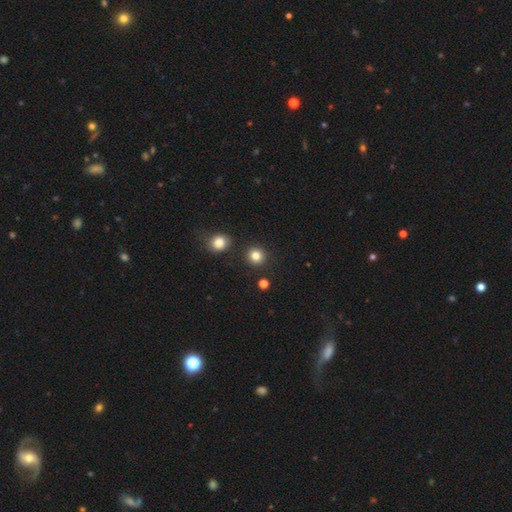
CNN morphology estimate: A smooth galaxy with no disk features (83%) that is round (92%). Merging: none (88%).